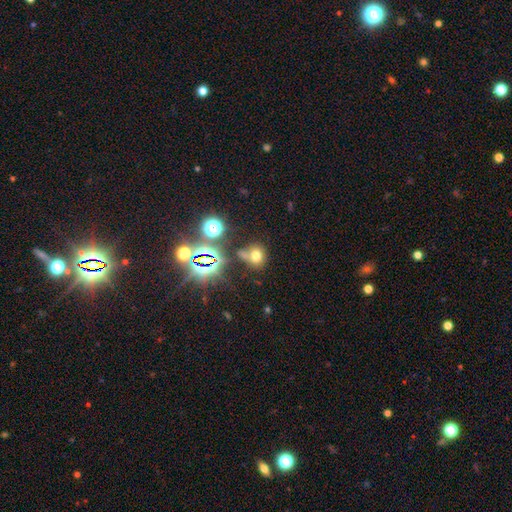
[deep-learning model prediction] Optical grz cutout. It shows a smooth galaxy with no disk features (63%) that is round (70%). Merging: none (54%).